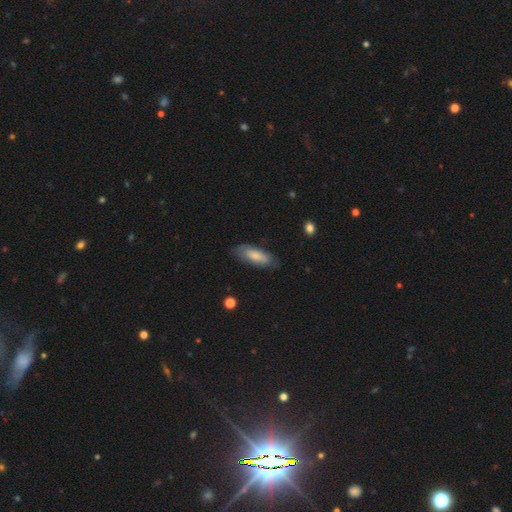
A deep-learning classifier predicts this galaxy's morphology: smooth-or-featured: smooth: 73% | featured or disk: 21% | star or artifact: 6%
  how-rounded: in between: 66% | cigar-shaped: 32% | round: 2%
  merging: none: 75% | minor disturbance: 19% | major disturbance: 5% | merger: 1%